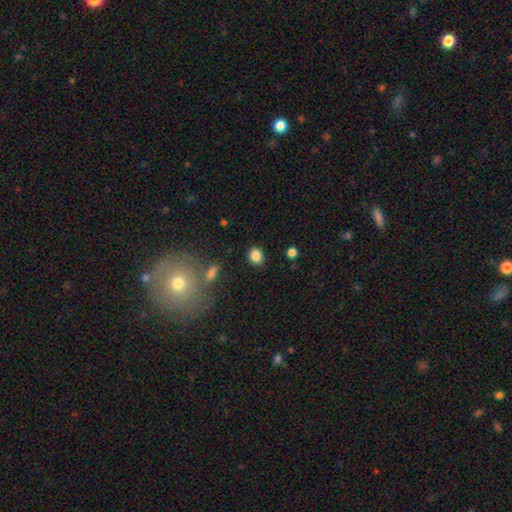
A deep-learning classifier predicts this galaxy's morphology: The model was most divided on "how rounded": round: 60%, in between: 38%, cigar-shaped: 1%. More confident: smooth or featured — smooth (86%); merging — none (85%).